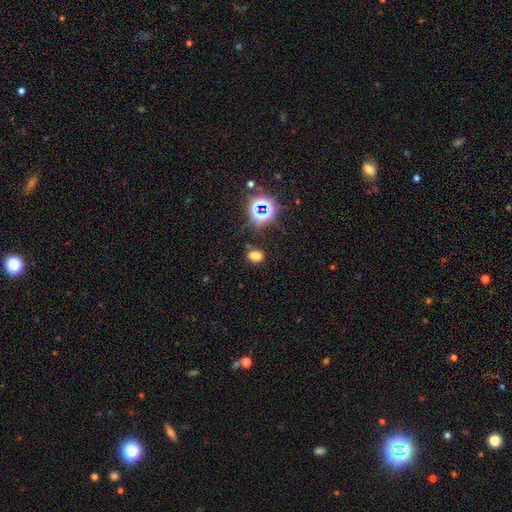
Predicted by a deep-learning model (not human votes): A smooth galaxy with no disk features (67%) that is in between round and cigar-shaped (67%).

Vote fractions:
- Smooth or featured? smooth: 67% / star or artifact: 25% / featured or disk: 7%
- How rounded? in between: 67% / round: 32% / cigar-shaped: 1%
- Merging? none: 77% / minor disturbance: 14% / major disturbance: 5% / merger: 4%